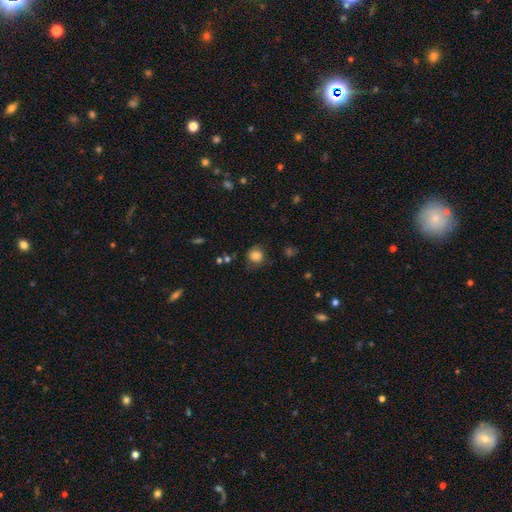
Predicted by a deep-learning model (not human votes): Smooth or featured? Predicted: smooth (p=0.81). How rounded? Predicted: round (p=0.84). Merging? Predicted: none (p=0.70).